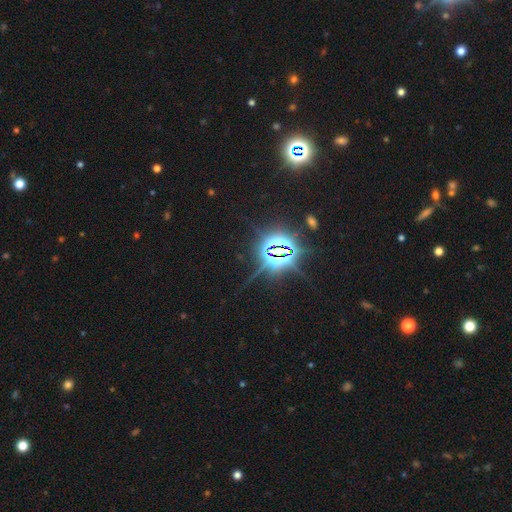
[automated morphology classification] Smooth or featured: star or artifact — 84% (smooth — 10%)